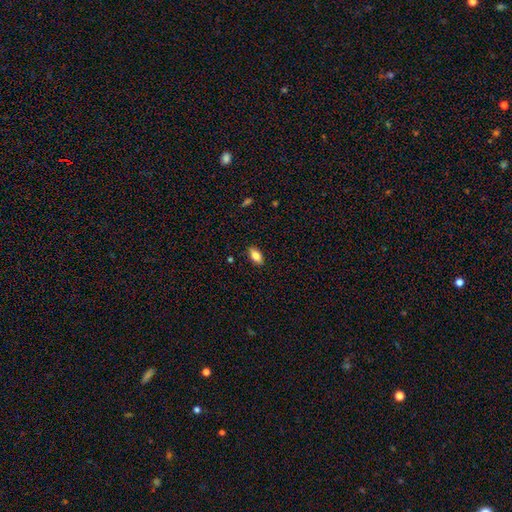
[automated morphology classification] This appears to be a smooth galaxy with no disk features (83%) that is in between round and cigar-shaped (89%). Merging: none (87%).